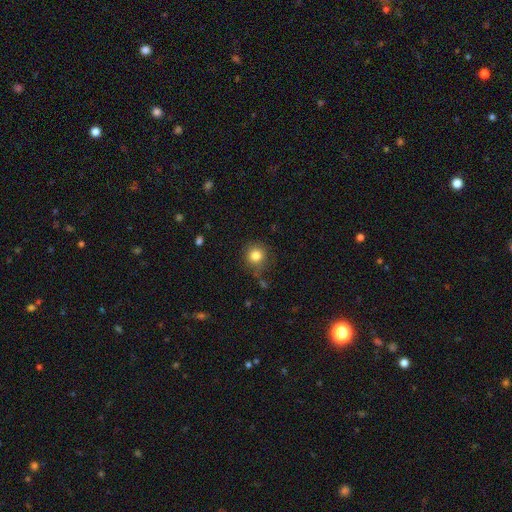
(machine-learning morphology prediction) Overall: smooth (83%). How rounded: round (90%). Merging: none (78%).